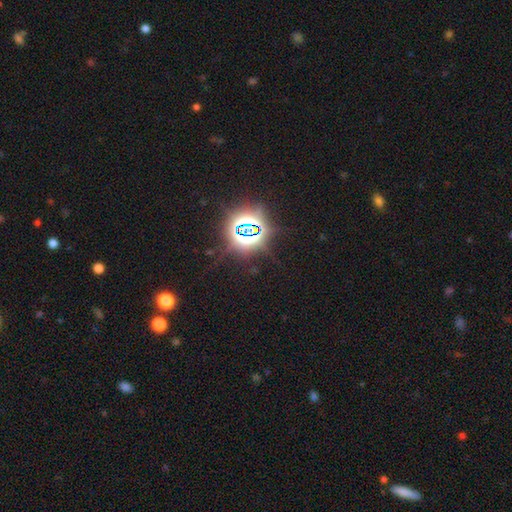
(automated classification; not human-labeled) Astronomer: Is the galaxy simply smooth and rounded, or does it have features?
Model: star or artifact — 83%.